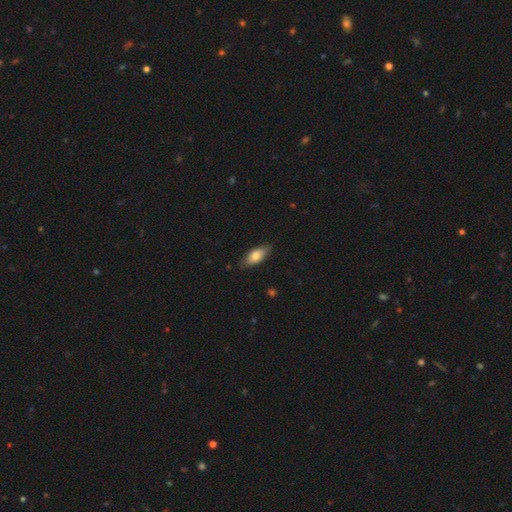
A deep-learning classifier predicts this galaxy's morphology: The model was most divided on "smooth or featured": smooth: 76%, featured or disk: 18%, star or artifact: 6%. More confident: how rounded — in between (83%); merging — none (81%).